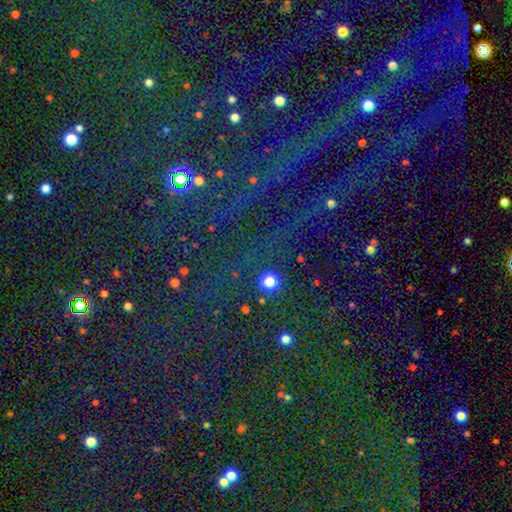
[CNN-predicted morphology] type=star or artifact (75%).